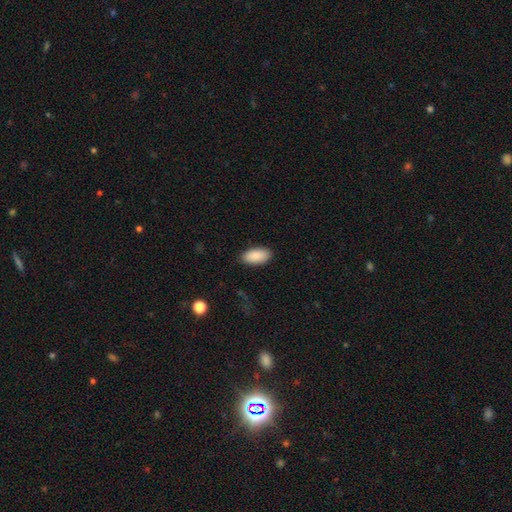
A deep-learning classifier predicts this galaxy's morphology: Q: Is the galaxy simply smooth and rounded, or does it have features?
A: smooth — 90%.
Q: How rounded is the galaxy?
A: in between — 94%.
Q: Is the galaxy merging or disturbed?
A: none — 87%.